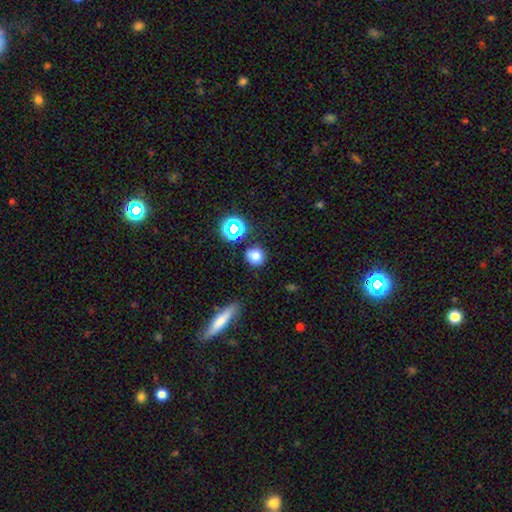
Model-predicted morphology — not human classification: This appears to be a smooth galaxy with no disk features (76%) that is round (84%). Merging: none (84%).